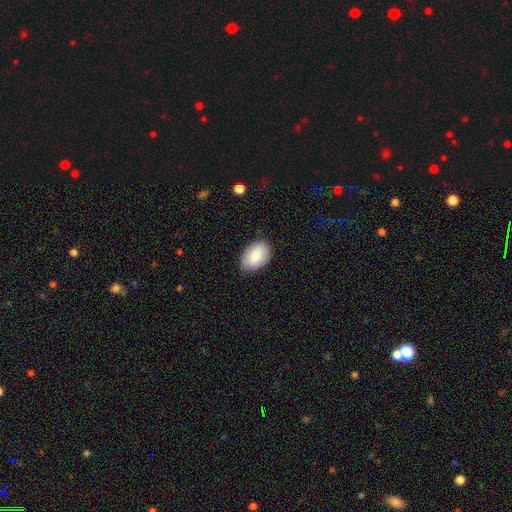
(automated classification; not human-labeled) smooth_or_featured: smooth (p=0.83) [alt: featured or disk p=0.11]
how_rounded: in between (p=0.90) [alt: round p=0.09]
merging: none (p=0.83) [alt: minor disturbance p=0.13]